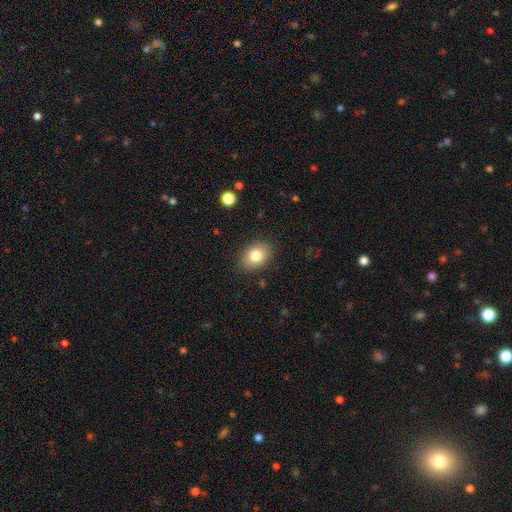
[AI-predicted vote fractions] smooth 81%, featured or disk 10%, star or artifact 9%. Down the decision tree: how rounded — in between (76%); merging — none (86%).